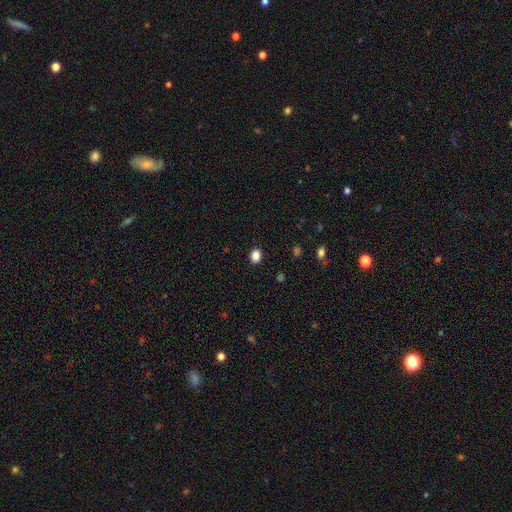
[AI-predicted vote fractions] smooth_or_featured: smooth (p=0.86) [alt: star or artifact p=0.11]
how_rounded: in between (p=0.61) [alt: round p=0.38]
merging: none (p=0.89) [alt: minor disturbance p=0.07]